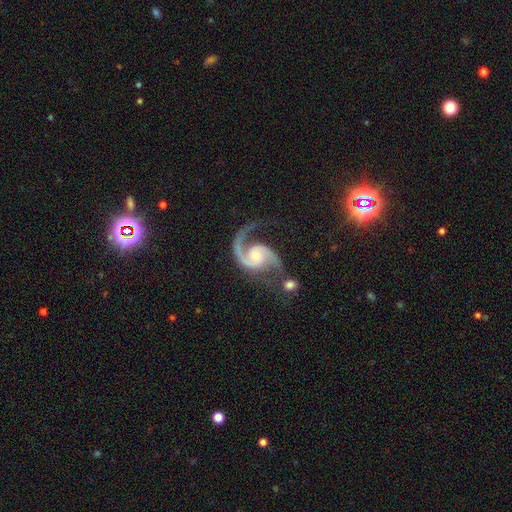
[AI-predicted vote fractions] The model was most divided on "bulge size": small: 49%, moderate: 45%, large: 3%, none: 2%, dominant: 1%. More confident: spiral arms — yes (98%); edge-on disk — no (98%); smooth or featured — featured or disk (93%); spiral arm count — 2 (90%); bar — no (63%); merging — none (59%); spiral winding — medium (58%).